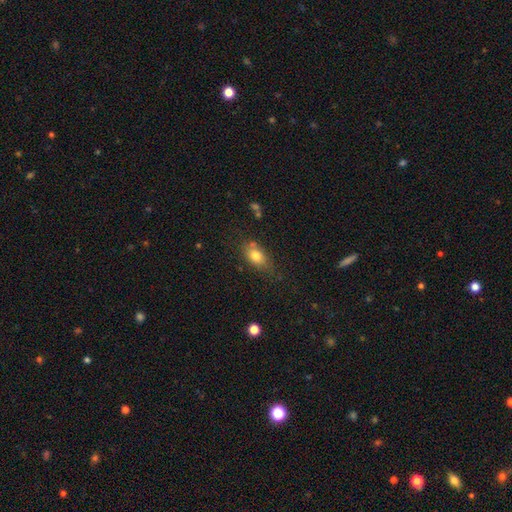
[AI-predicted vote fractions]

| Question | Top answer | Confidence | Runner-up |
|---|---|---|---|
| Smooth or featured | smooth | 77% | featured or disk (13%) |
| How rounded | in between | 78% | round (18%) |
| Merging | none | 66% | minor disturbance (22%) |